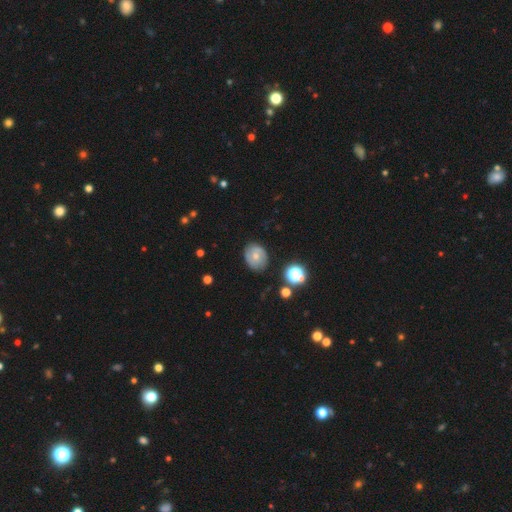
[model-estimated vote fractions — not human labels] Smooth or featured? Predicted: featured or disk (p=0.45). Merging? Predicted: none (p=0.80).